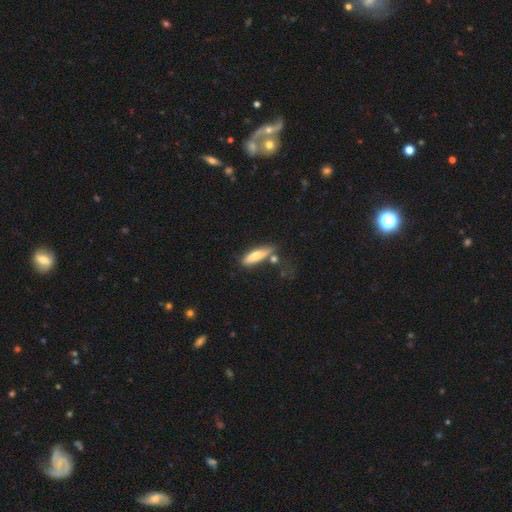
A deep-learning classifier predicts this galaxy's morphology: This is likely a smooth galaxy (62%). How rounded: likely cigar-shaped (61%). Merging: likely none (61%).